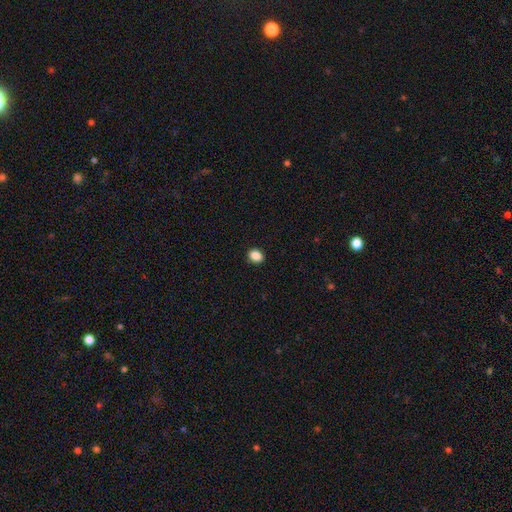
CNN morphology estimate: Q: Smooth or featured?
A: smooth (88%); runner-up: star or artifact (9%)
Q: How rounded?
A: in between (54%); runner-up: round (45%)
Q: Merging?
A: none (90%); runner-up: minor disturbance (7%)